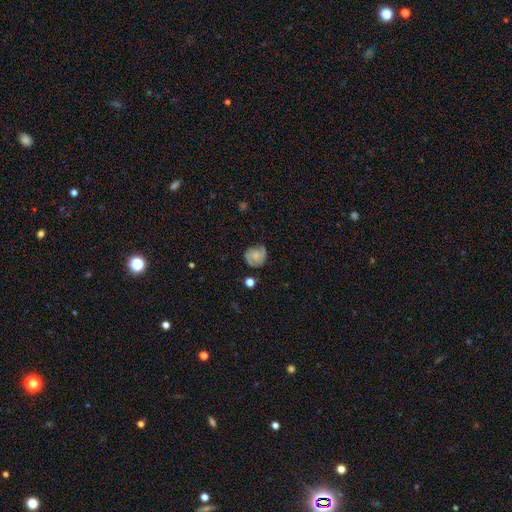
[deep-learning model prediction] featured or disk 56%, smooth 36%, star or artifact 8%. Down the decision tree: edge-on disk — no (98%); bar — no (68%); spiral arms — yes (88%); bulge size — small (46%); merging — none (65%).